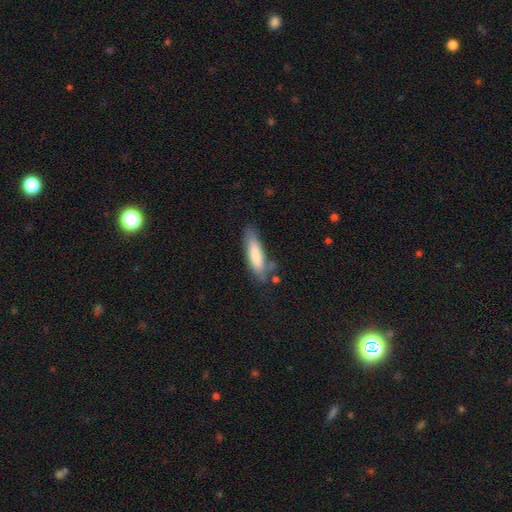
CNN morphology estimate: This appears to be a smooth galaxy with no disk features (81%) that is cigar-shaped (66%). Merging: none (66%).